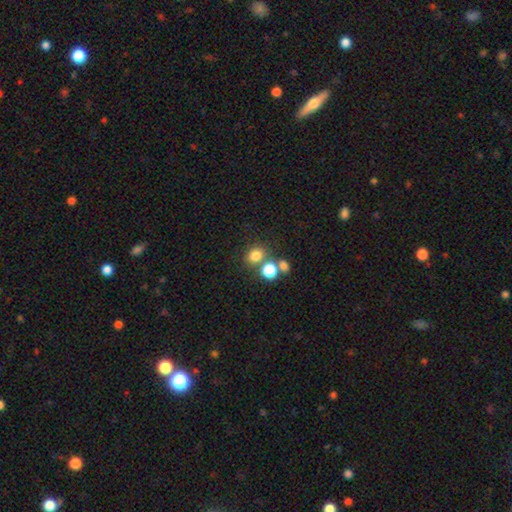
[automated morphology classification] Smooth or featured: smooth — 78% (star or artifact — 15%)
How rounded: round — 69% (in between — 30%)
Merging: none — 64% (merger — 22%)